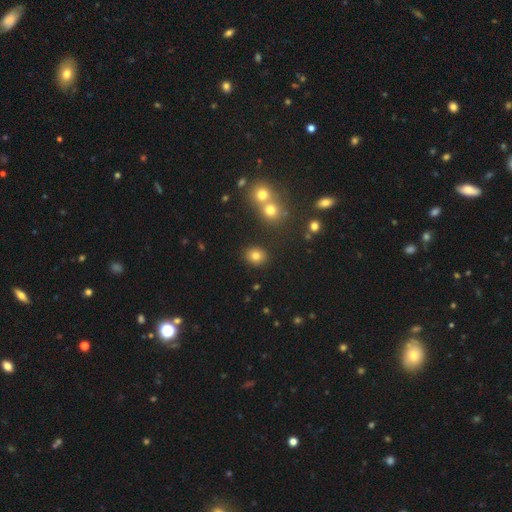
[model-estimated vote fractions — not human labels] smooth_or_featured: smooth (p=0.79) [alt: star or artifact p=0.14]
how_rounded: round (p=0.70) [alt: in between p=0.29]
merging: none (p=0.85) [alt: minor disturbance p=0.07]